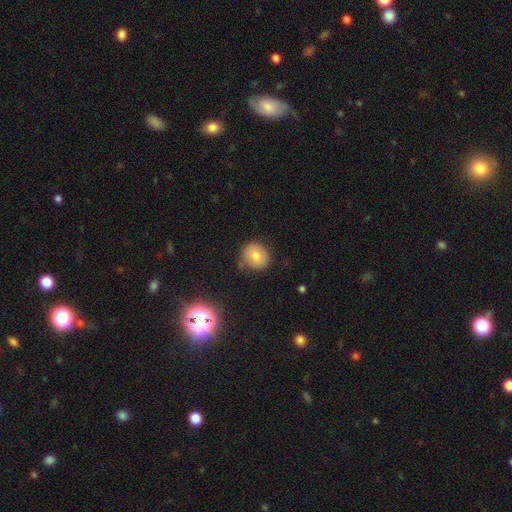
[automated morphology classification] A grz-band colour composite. It shows a smooth galaxy with no disk features (72%) that is round (84%). Merging: none (74%).